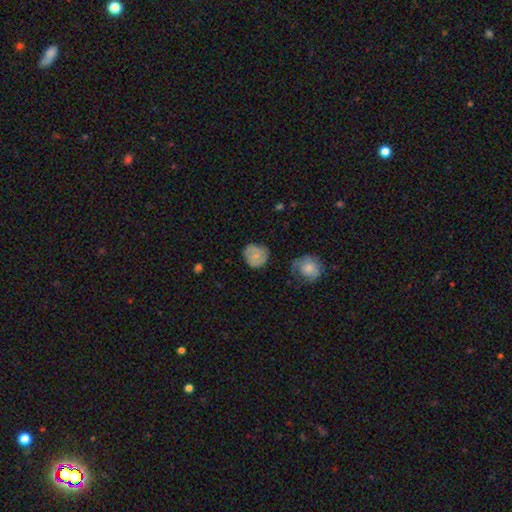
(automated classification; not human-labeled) Smooth or featured? Predicted: smooth (p=0.57). How rounded? Predicted: round (p=0.82). Merging? Predicted: none (p=0.68).